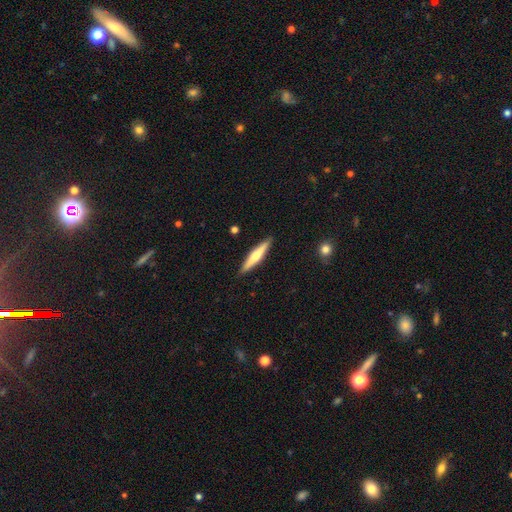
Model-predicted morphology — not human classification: type=featured or disk (50%); edge-on=yes (96%); merging=none (90%).